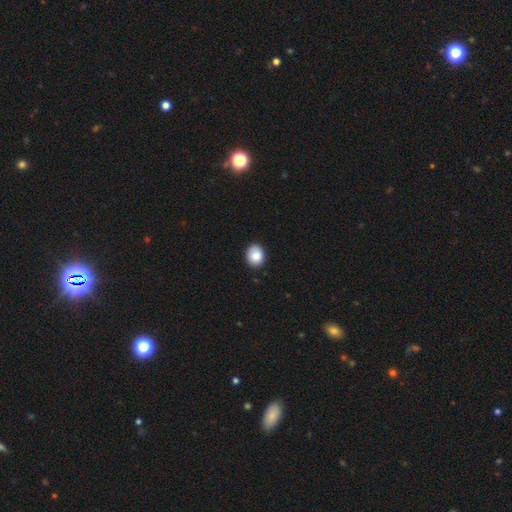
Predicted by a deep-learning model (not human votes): This appears to be a smooth galaxy with no disk features (87%) that is round (59%). Merging: none (88%).